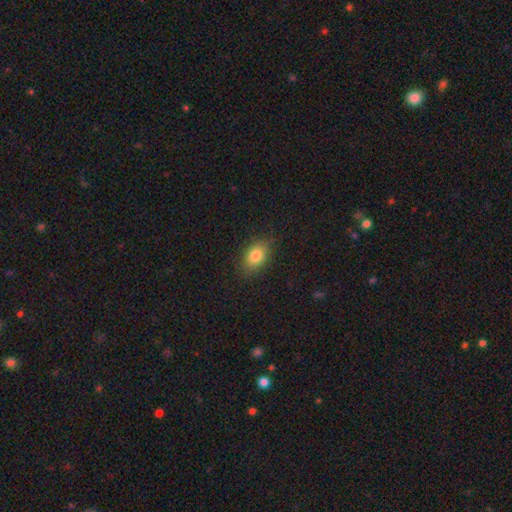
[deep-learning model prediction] Q: Smooth or featured?
A: smooth (82%); runner-up: star or artifact (10%)
Q: How rounded?
A: in between (77%); runner-up: round (21%)
Q: Merging?
A: none (83%); runner-up: minor disturbance (13%)